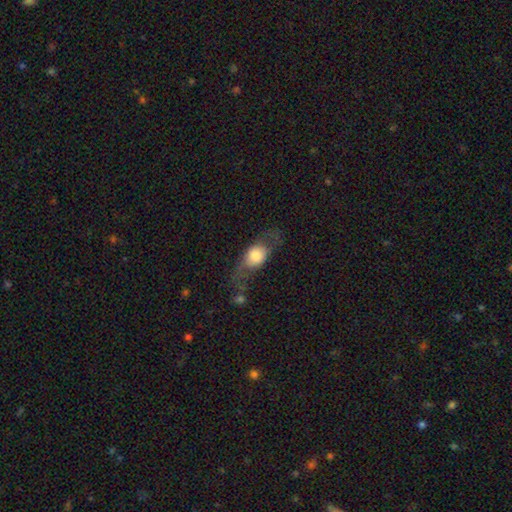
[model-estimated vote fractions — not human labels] Smooth or featured? smooth (56%)
How rounded? in between (59%)
Merging? none (51%)